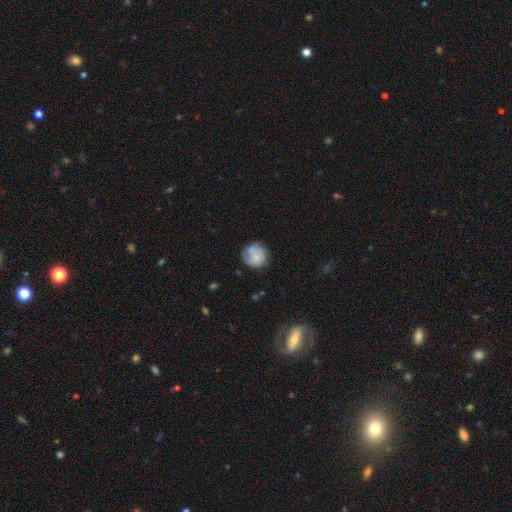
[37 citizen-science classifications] This appears to be a smooth galaxy with no disk features (65%) that is round (88%). Merging: none (57%).